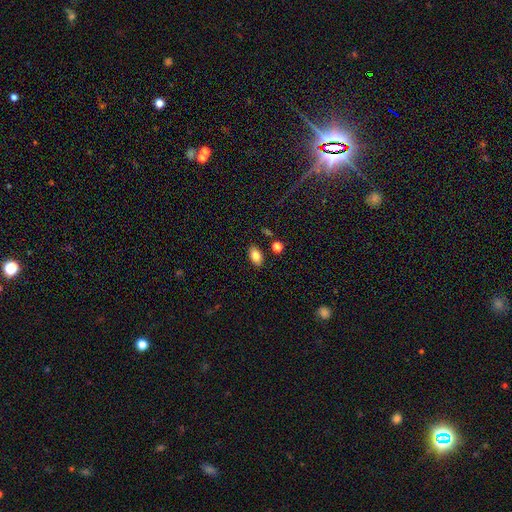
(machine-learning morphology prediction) Smooth or featured: smooth — 81% (featured or disk — 10%)
How rounded: in between — 90% (round — 7%)
Merging: none — 85% (minor disturbance — 10%)